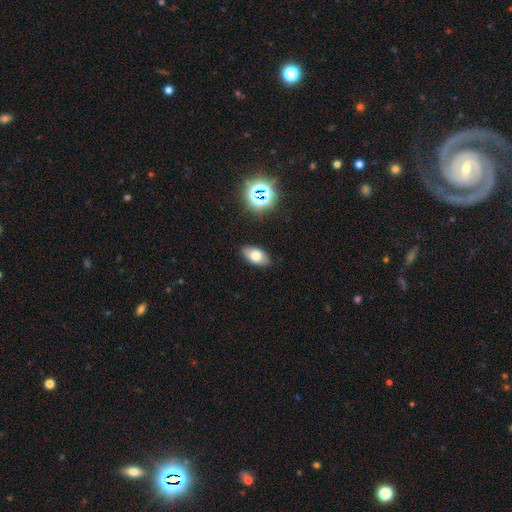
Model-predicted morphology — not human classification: Smooth or featured? Predicted: smooth (p=0.72). How rounded? Predicted: in between (p=0.92). Merging? Predicted: none (p=0.86).